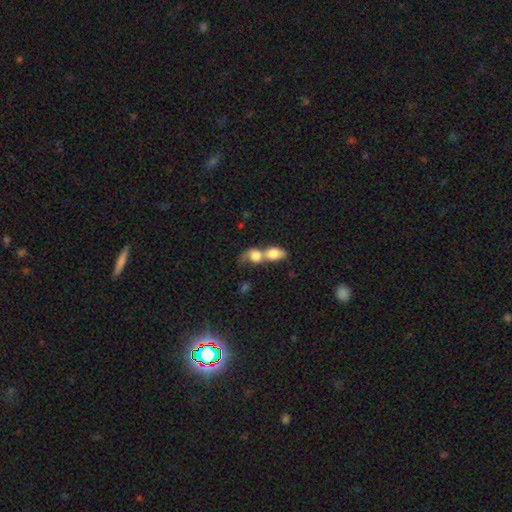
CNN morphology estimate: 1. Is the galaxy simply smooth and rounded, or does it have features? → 73% smooth, 19% featured or disk, 8% star or artifact.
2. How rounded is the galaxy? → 58% in between, 39% round, 3% cigar-shaped.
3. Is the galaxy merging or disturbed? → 81% merger, 9% none, 6% major disturbance, 4% minor disturbance.